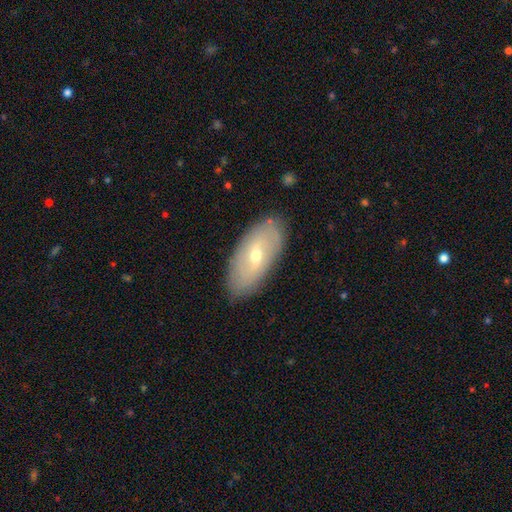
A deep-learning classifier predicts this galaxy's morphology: A featured or disk galaxy (53%).

Vote fractions:
- Smooth or featured? featured or disk: 53% / smooth: 40% / star or artifact: 7%
- Edge-on disk? no: 85% / yes: 15%
- Merging? none: 84% / minor disturbance: 12% / major disturbance: 3% / merger: 1%